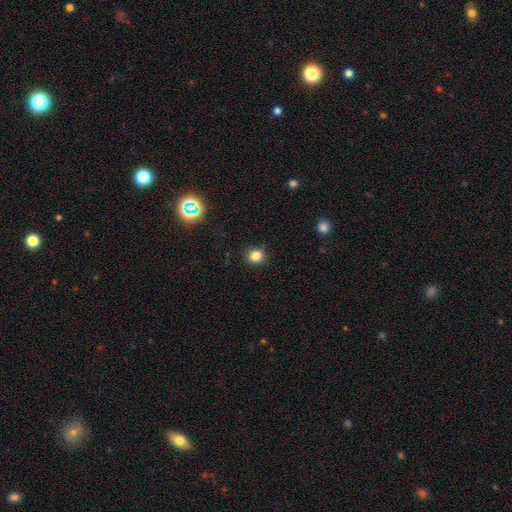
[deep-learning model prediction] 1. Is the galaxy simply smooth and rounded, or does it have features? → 83% smooth, 13% star or artifact, 4% featured or disk.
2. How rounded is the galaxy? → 87% round, 12% in between, 1% cigar-shaped.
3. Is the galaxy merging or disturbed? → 91% none, 7% minor disturbance, 2% major disturbance, 1% merger.